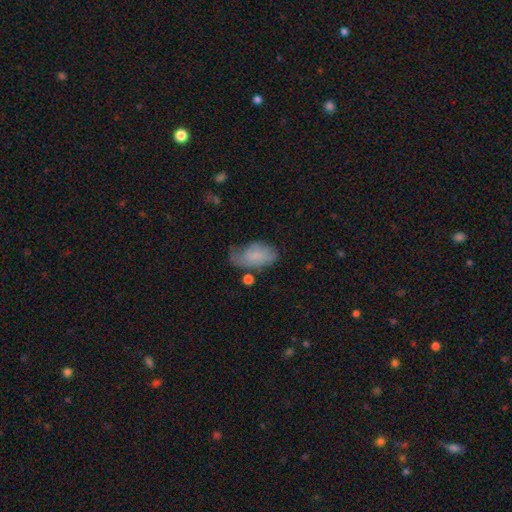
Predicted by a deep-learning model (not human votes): Smooth or featured: smooth — 68% (featured or disk — 24%)
How rounded: in between — 93% (round — 5%)
Merging: none — 40% (minor disturbance — 37%)